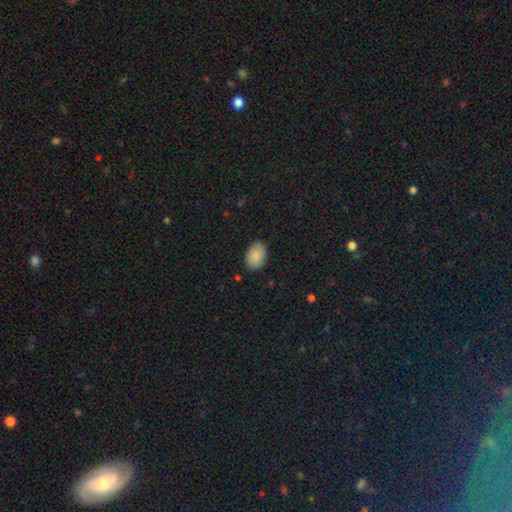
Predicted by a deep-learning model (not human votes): This is clearly a smooth galaxy (88%). How rounded: clearly in between (85%). Merging: clearly none (84%).